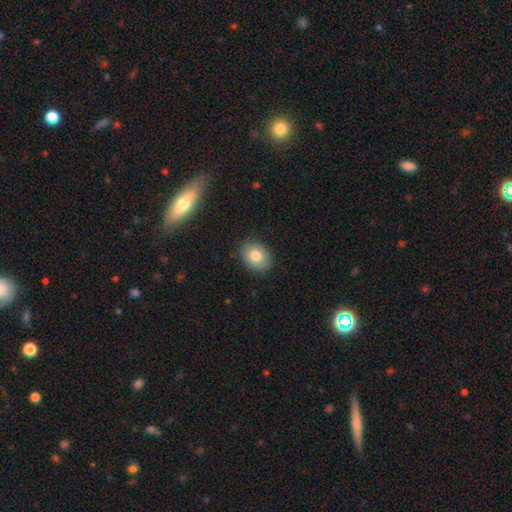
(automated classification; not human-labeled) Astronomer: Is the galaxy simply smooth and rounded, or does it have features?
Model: smooth — 80%.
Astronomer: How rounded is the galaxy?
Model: in between — 59% (runner-up: round, 41%).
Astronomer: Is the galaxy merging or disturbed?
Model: none — 88%.